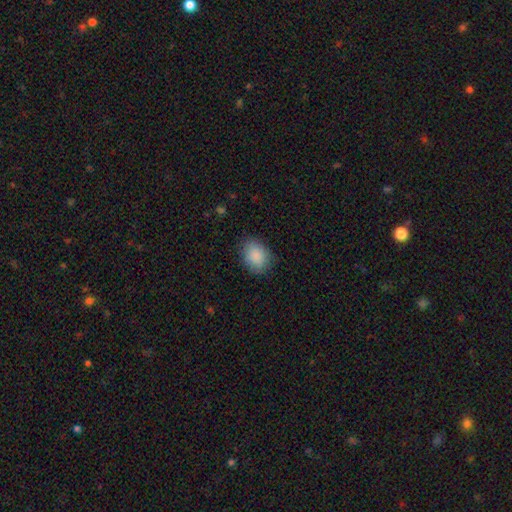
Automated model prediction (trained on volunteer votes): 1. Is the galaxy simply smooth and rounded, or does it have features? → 88% smooth, 7% star or artifact, 5% featured or disk.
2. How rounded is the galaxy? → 66% in between, 33% round, 1% cigar-shaped.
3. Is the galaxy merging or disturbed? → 81% none, 14% minor disturbance, 4% major disturbance, 1% merger.